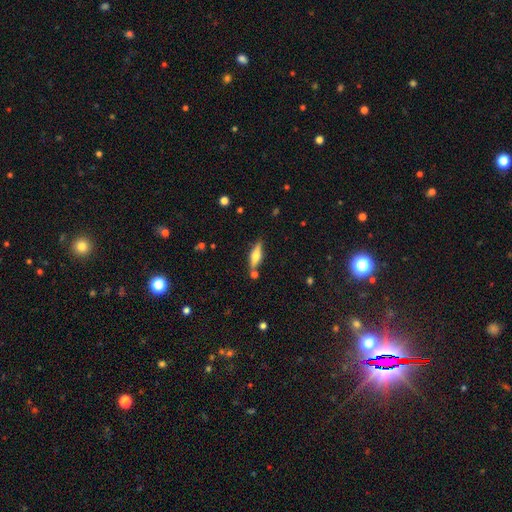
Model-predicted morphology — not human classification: Smooth or featured? Predicted: featured or disk (p=0.47). Merging? Predicted: none (p=0.77).